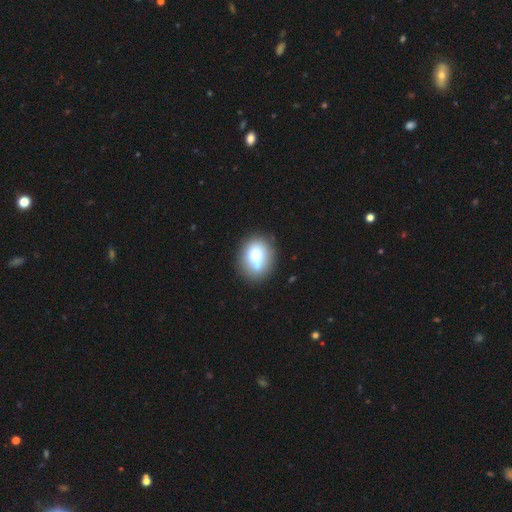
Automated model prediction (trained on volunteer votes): Morphology: type=smooth (72%); roundness=round (53%); merging=none (65%).